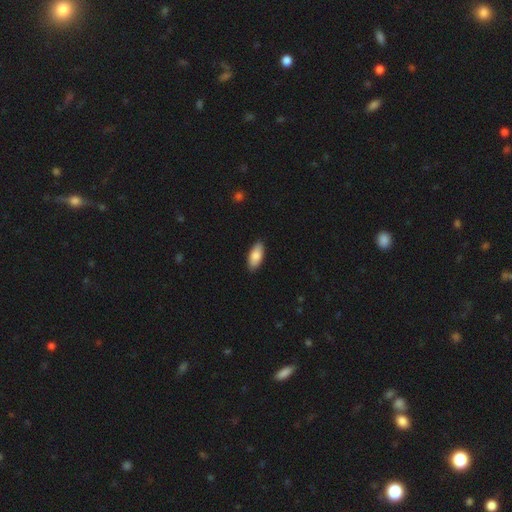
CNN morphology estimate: The model was most divided on "smooth or featured": smooth: 85%, featured or disk: 9%, star or artifact: 6%. More confident: merging — none (89%); how rounded — in between (87%).